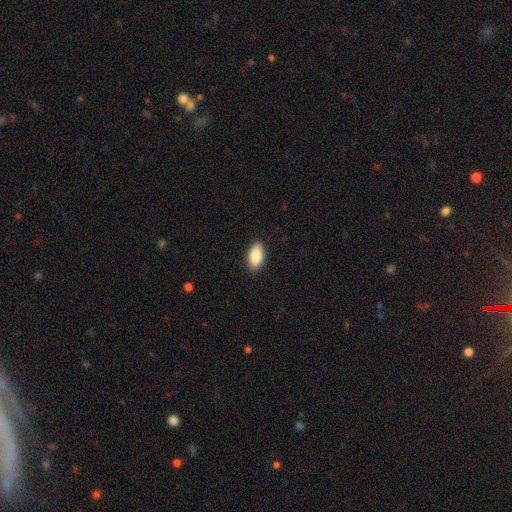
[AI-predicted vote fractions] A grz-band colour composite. It shows a smooth galaxy with no disk features (86%) that is in between round and cigar-shaped (91%). Merging: none (89%).